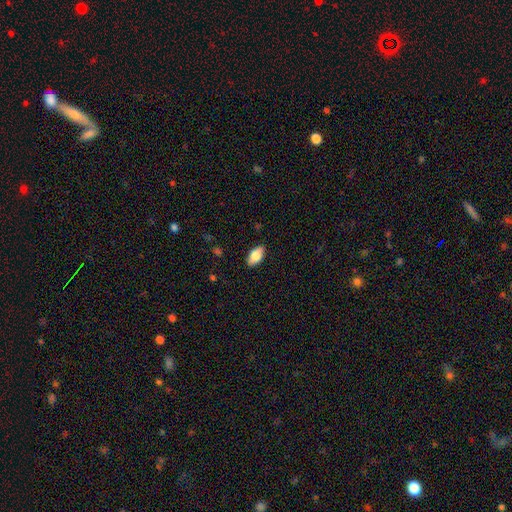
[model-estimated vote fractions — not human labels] Smooth or featured: smooth — 81% (featured or disk — 13%)
How rounded: in between — 93% (round — 4%)
Merging: none — 88% (minor disturbance — 9%)